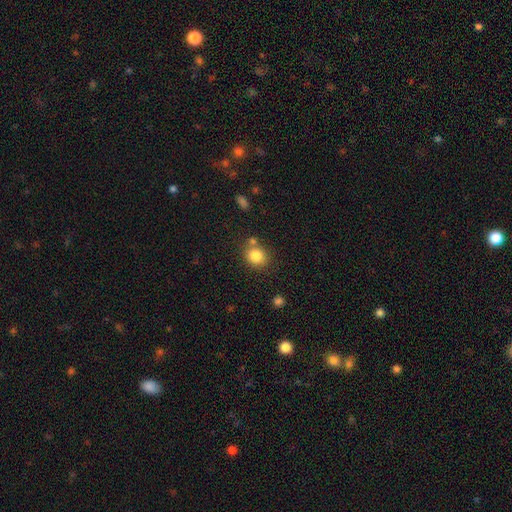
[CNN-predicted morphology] The model was most divided on "how rounded": round: 74%, in between: 25%, cigar-shaped: 1%. More confident: smooth or featured — smooth (83%); merging — none (70%).